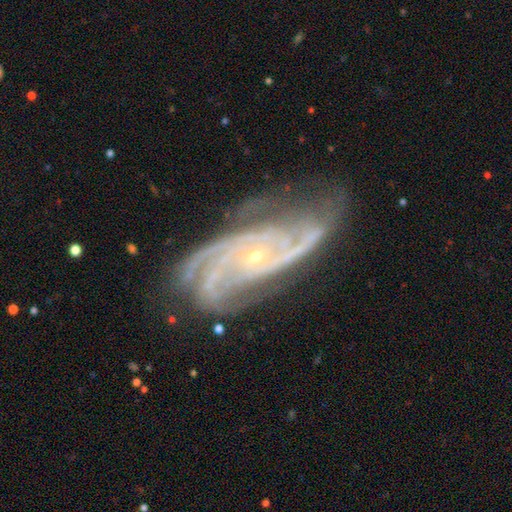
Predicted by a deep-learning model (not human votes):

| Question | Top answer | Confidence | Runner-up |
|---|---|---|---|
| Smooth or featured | featured or disk | 90% | star or artifact (6%) |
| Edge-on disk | no | 95% | yes (5%) |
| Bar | no | 67% | weak (22%) |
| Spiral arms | yes | 98% | no (2%) |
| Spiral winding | tight | 53% | medium (39%) |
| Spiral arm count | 3 | 34% | 4 (24%) |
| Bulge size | small | 83% | moderate (13%) |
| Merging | none | 68% | minor disturbance (20%) |